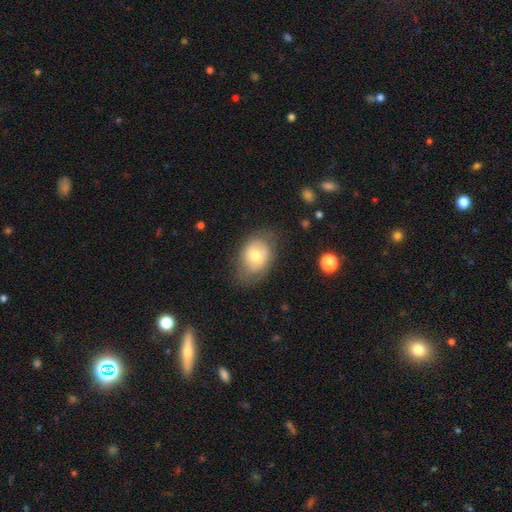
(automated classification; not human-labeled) Morphology: type=smooth (58%); roundness=in between (68%); merging=none (62%).